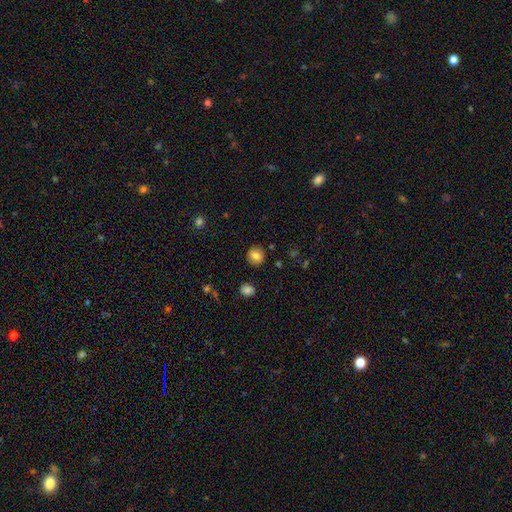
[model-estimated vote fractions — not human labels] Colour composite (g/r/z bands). It shows a smooth galaxy with no disk features (79%) that is round (88%). Merging: none (89%).